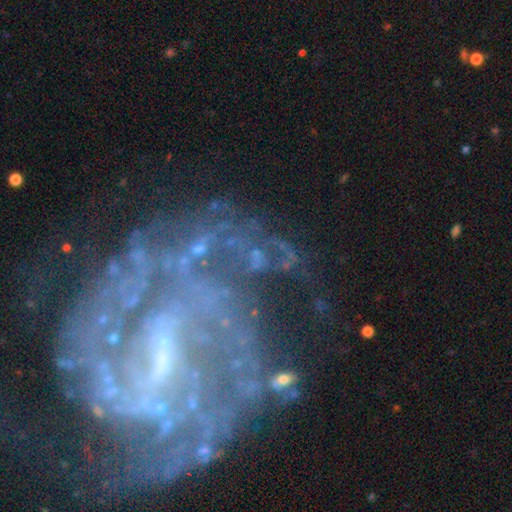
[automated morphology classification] Q: Smooth or featured?
A: featured or disk (55%); runner-up: star or artifact (31%)
Q: Edge-on disk?
A: no (94%); runner-up: yes (6%)
Q: Bar?
A: no (61%); runner-up: weak (23%)
Q: Spiral arms?
A: yes (71%); runner-up: no (29%)
Q: Bulge size?
A: small (50%); runner-up: none (24%)
Q: Merging?
A: none (56%); runner-up: major disturbance (18%)